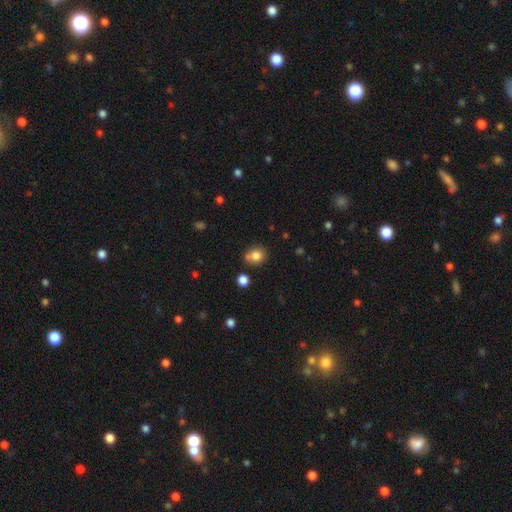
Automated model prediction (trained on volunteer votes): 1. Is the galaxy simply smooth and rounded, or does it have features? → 81% smooth, 11% star or artifact, 8% featured or disk.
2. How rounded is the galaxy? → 73% round, 27% in between, 1% cigar-shaped.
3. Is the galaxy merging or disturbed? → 63% none, 18% minor disturbance, 15% merger, 5% major disturbance.